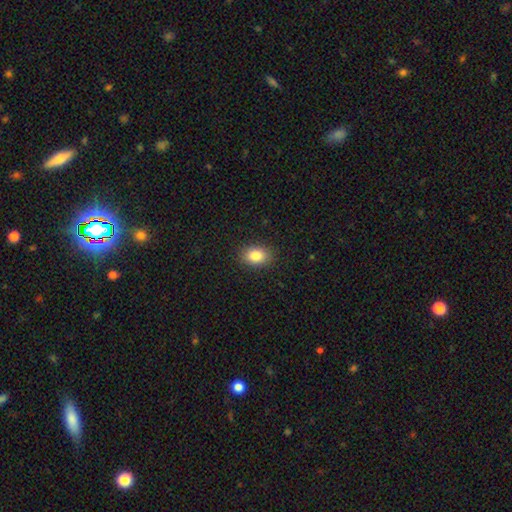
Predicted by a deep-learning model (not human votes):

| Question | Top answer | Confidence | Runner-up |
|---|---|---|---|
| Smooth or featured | smooth | 84% | star or artifact (9%) |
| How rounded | in between | 78% | round (21%) |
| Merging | none | 89% | minor disturbance (8%) |